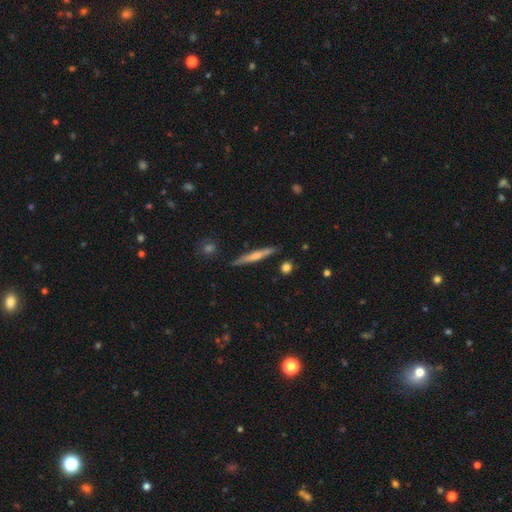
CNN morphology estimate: smooth 53%, featured or disk 41%, star or artifact 6%. Down the decision tree: how rounded — cigar-shaped (94%); merging — none (87%).